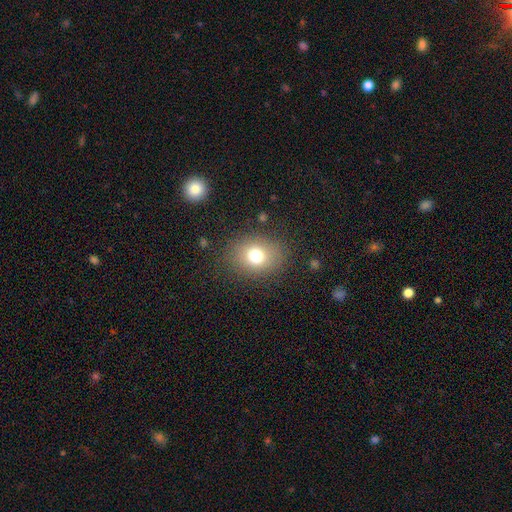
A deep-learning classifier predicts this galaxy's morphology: A smooth galaxy with no disk features (76%) that is round (50%). Merging: none (83%).